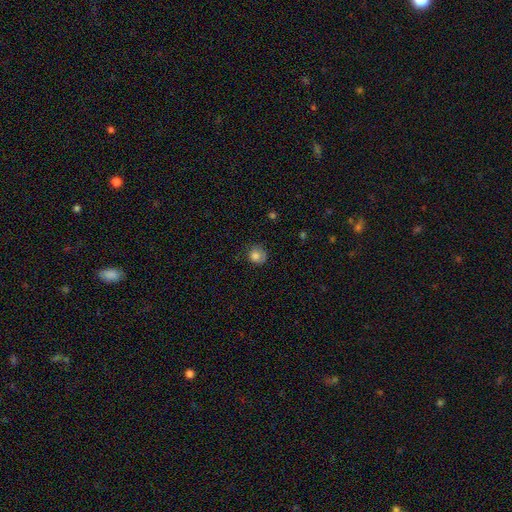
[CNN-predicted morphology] type=smooth (80%); roundness=round (82%); merging=none (66%).